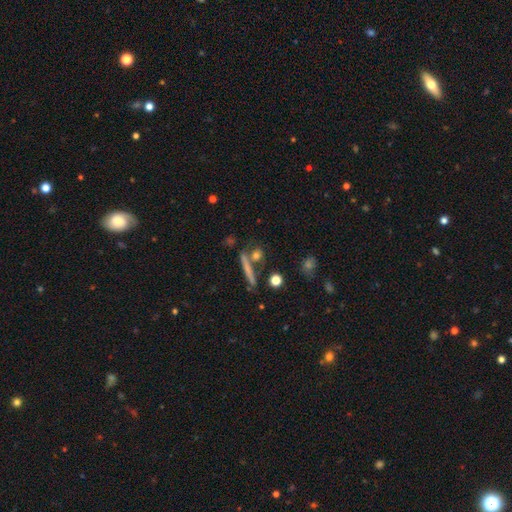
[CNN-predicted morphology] Overall: featured or disk (36%; smooth 33%). Merging: none (63%).